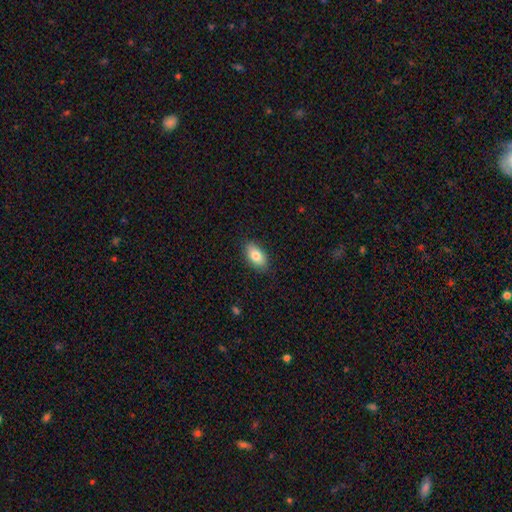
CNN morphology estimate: Smooth or featured? Predicted: smooth (p=0.81). How rounded? Predicted: in between (p=0.91). Merging? Predicted: none (p=0.86).